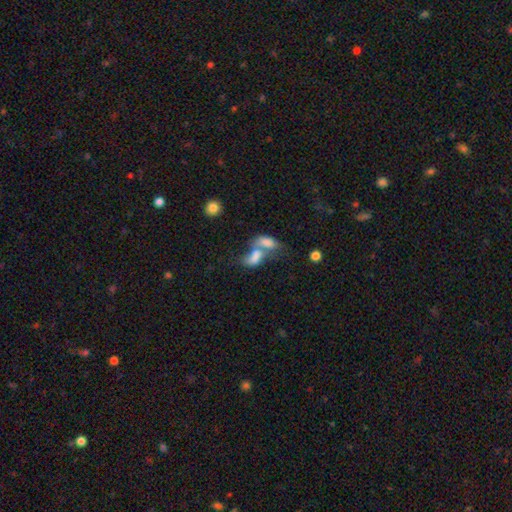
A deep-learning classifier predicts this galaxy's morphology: type=smooth (68%); roundness=in between (88%); merging=merger (75%).